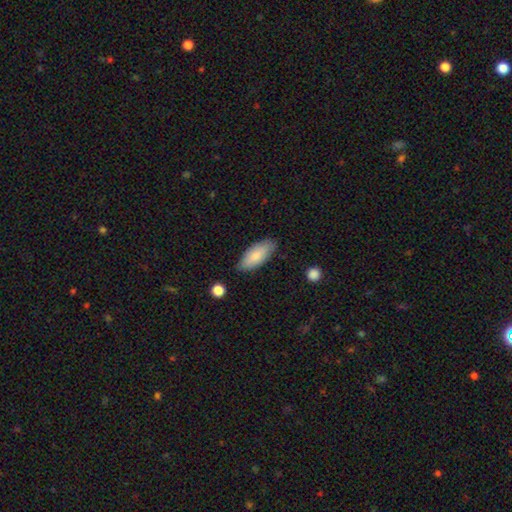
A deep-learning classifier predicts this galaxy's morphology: Q: Smooth or featured?
A: smooth (79%); runner-up: featured or disk (15%)
Q: How rounded?
A: in between (83%); runner-up: cigar-shaped (15%)
Q: Merging?
A: none (82%); runner-up: minor disturbance (14%)